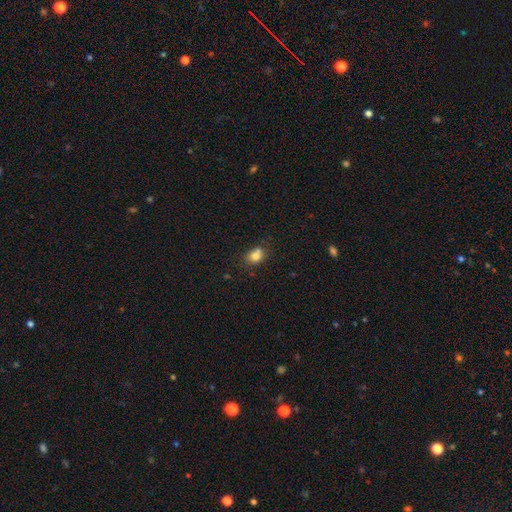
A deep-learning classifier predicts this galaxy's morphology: The model was most divided on "how rounded": in between: 50%, round: 49%, cigar-shaped: 1%. More confident: smooth or featured — smooth (77%); merging — none (53%).